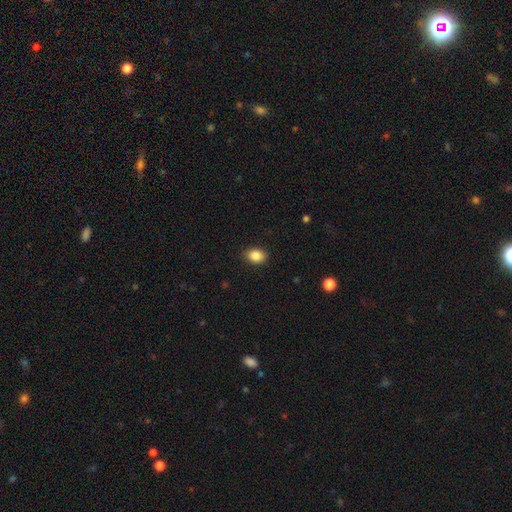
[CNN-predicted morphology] This appears to be a smooth galaxy with no disk features (87%) that is in between round and cigar-shaped (73%). Merging: none (88%).